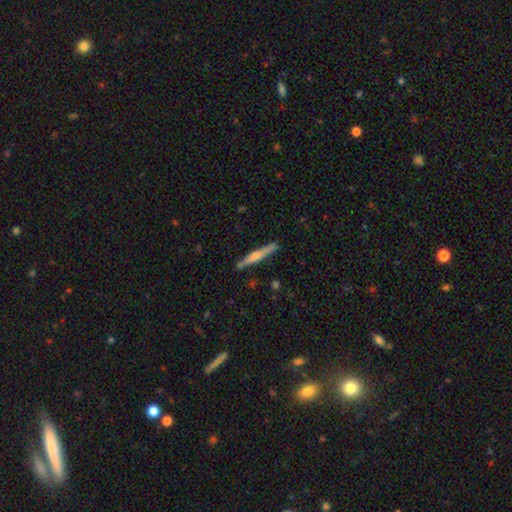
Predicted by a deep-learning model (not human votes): Smooth or featured? Predicted: featured or disk (p=0.56). Edge-on disk? Predicted: yes (p=0.97). Edge-on bulge? Predicted: rounded (p=0.65). Merging? Predicted: none (p=0.86).